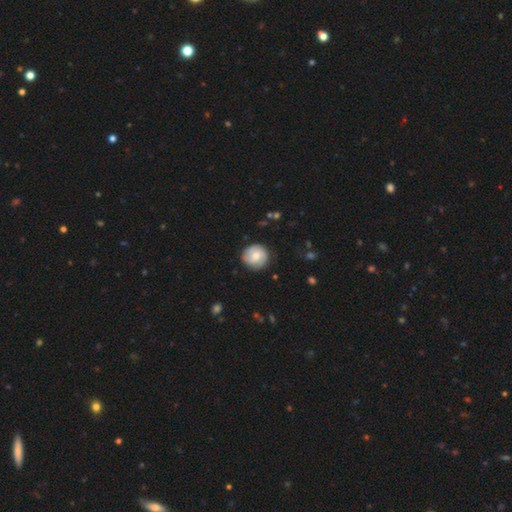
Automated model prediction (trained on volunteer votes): A smooth galaxy with no disk features (55%) that is round (92%). Merging: none (82%).